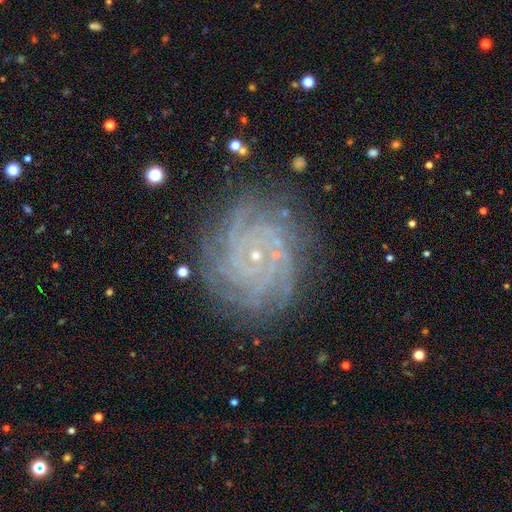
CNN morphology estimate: smooth_or_featured: featured or disk (p=0.85) [alt: star or artifact p=0.09]
disk_edge_on: no (p=0.97) [alt: yes p=0.03]
bar: no (p=0.77) [alt: weak p=0.17]
has_spiral_arms: yes (p=0.98) [alt: no p=0.02]
spiral_winding: tight (p=0.80) [alt: medium p=0.17]
spiral_arm_count: more than 4 (p=0.29) [alt: 4 p=0.22]
bulge_size: small (p=0.88) [alt: moderate p=0.08]
merging: none (p=0.82) [alt: minor disturbance p=0.12]